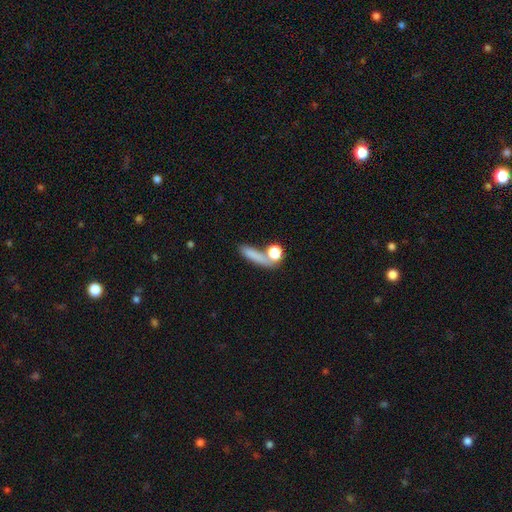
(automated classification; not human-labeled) smooth_or_featured: smooth (p=0.76) [alt: featured or disk p=0.13]
how_rounded: cigar-shaped (p=0.50) [alt: in between p=0.29]
merging: none (p=0.55) [alt: merger p=0.23]